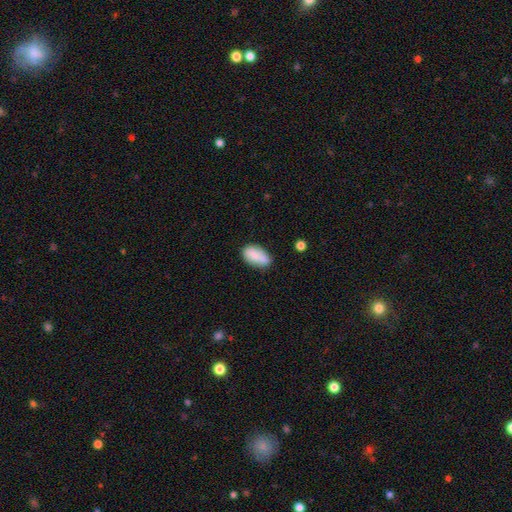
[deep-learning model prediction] A smooth galaxy with no disk features (72%) that is in between round and cigar-shaped (91%).

Vote fractions:
- Smooth or featured? smooth: 72% / featured or disk: 21% / star or artifact: 7%
- How rounded? in between: 91% / round: 6% / cigar-shaped: 4%
- Merging? none: 58% / minor disturbance: 25% / merger: 11% / major disturbance: 6%